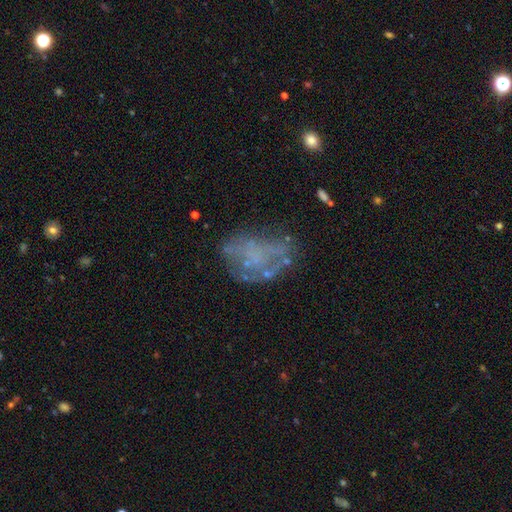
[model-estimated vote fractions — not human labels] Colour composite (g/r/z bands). It shows a featured or disk galaxy (58%) with no bar (92%), no spiral arms (86%) and no central bulge (79%). Merging: none (49%).